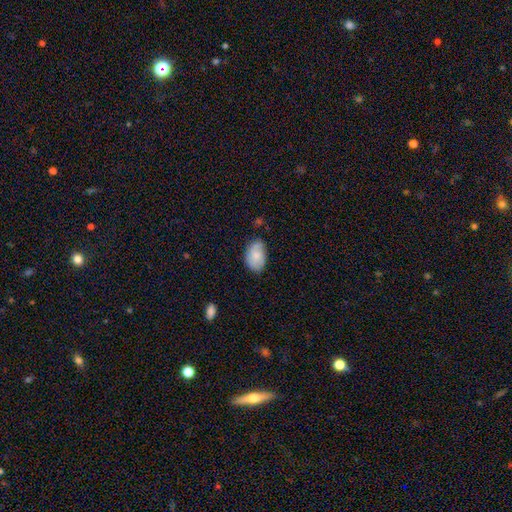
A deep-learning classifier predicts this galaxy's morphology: This is likely a smooth galaxy (71%). How rounded: clearly in between (90%). Merging: likely none (66%).